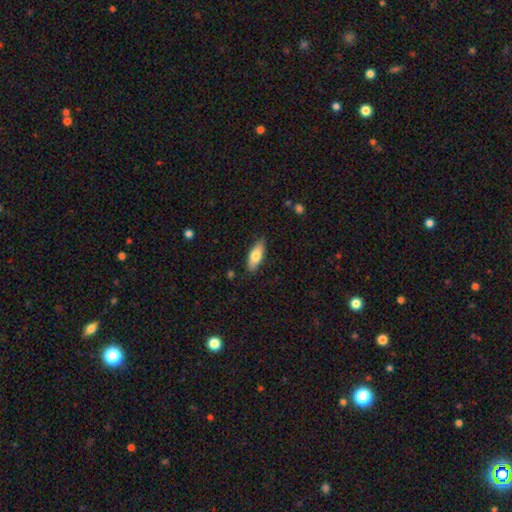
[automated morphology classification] This is likely a smooth galaxy (72%). How rounded: likely in between (71%). Merging: clearly none (85%).